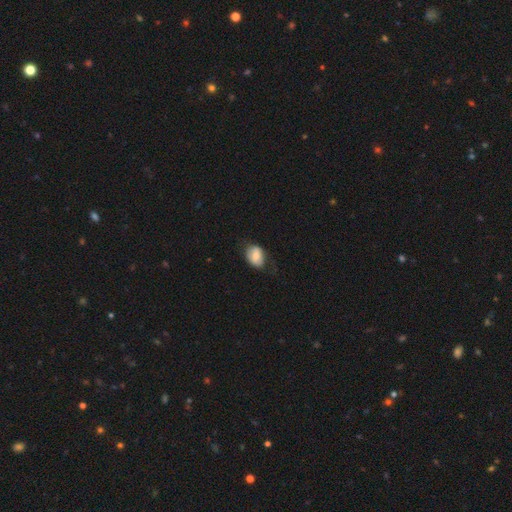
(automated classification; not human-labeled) This is likely a smooth galaxy (74%). How rounded: likely in between (76%). Merging: likely none (64%).